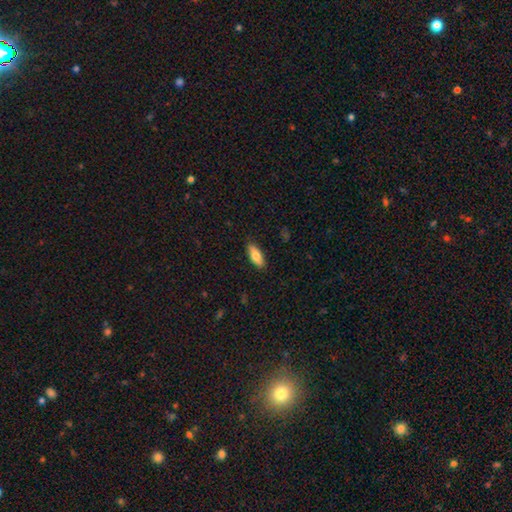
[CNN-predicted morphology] The model was most divided on "how rounded": in between: 76%, cigar-shaped: 22%, round: 2%. More confident: merging — none (88%); smooth or featured — smooth (79%).